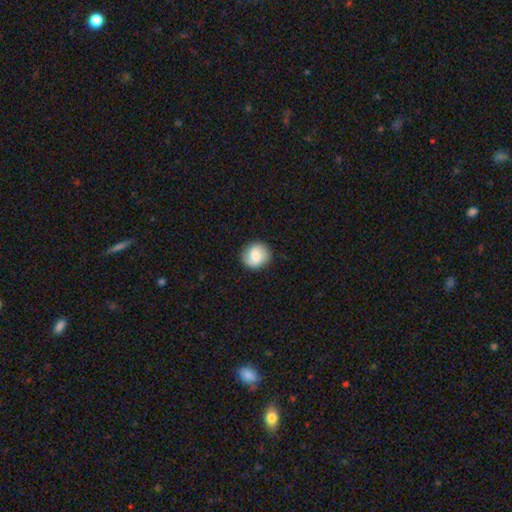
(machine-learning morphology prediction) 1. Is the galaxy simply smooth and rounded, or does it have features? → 72% smooth, 20% featured or disk, 7% star or artifact.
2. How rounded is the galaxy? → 85% round, 14% in between, 1% cigar-shaped.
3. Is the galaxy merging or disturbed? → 87% none, 10% minor disturbance, 3% major disturbance, 1% merger.